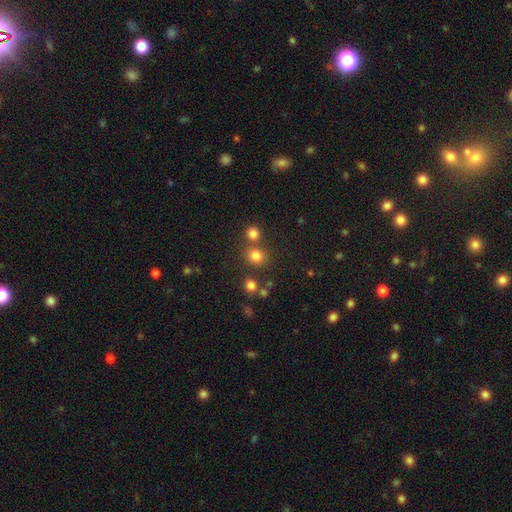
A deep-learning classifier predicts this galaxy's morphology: A smooth galaxy with no disk features (78%) that is round (81%). Merging: none (68%).